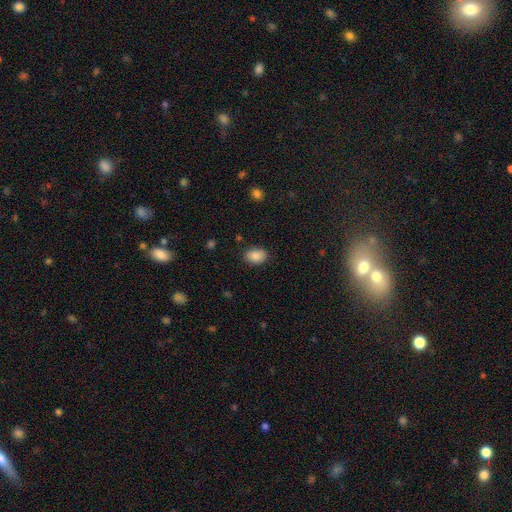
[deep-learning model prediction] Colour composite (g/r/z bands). It shows a smooth galaxy with no disk features (87%) that is in between round and cigar-shaped (74%). Merging: none (83%).